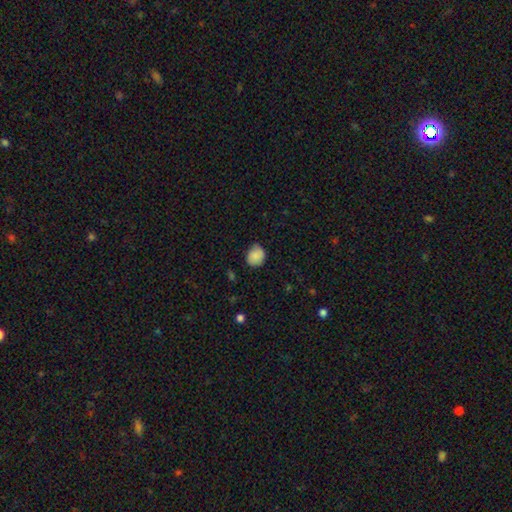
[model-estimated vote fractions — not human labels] Smooth or featured: smooth — 84% (featured or disk — 8%)
How rounded: round — 70% (in between — 29%)
Merging: none — 70% (minor disturbance — 25%)